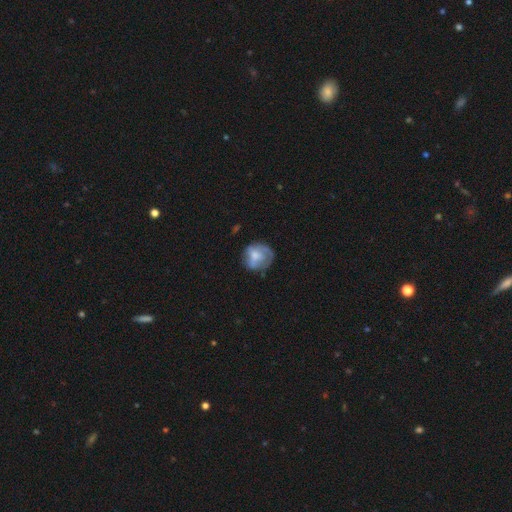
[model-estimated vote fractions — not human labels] This appears to be a smooth galaxy with no disk features (55%) that is round (71%). Merging: none (53%).